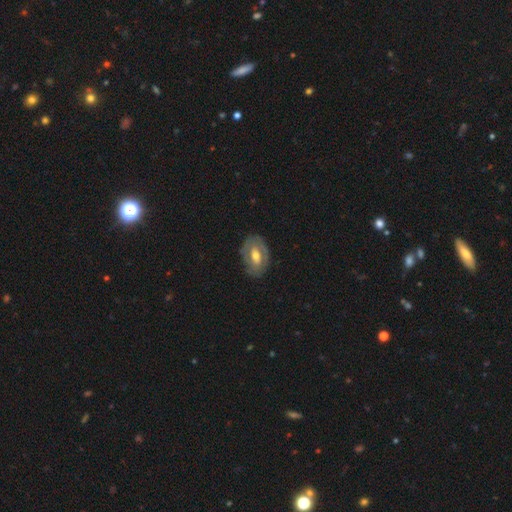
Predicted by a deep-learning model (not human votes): Smooth or featured: featured or disk — 57% (smooth — 37%)
Edge-on disk: no — 93% (yes — 7%)
Bar: weak — 41% (no — 40%)
Spiral arms: no — 55% (yes — 45%)
Bulge size: moderate — 71% (small — 16%)
Merging: none — 77% (minor disturbance — 16%)